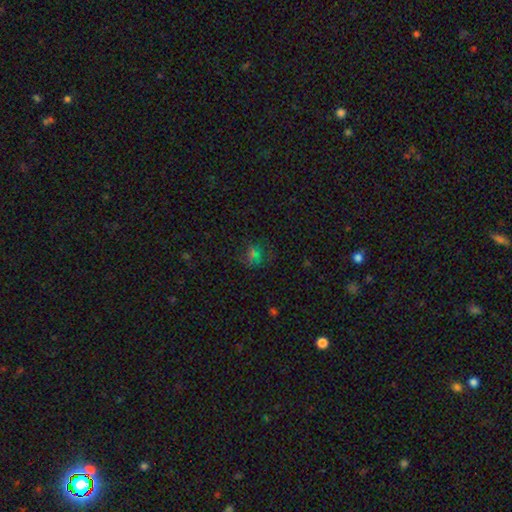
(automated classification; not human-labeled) A smooth galaxy with no disk features (53%) that is round (78%). Merging: none (73%).